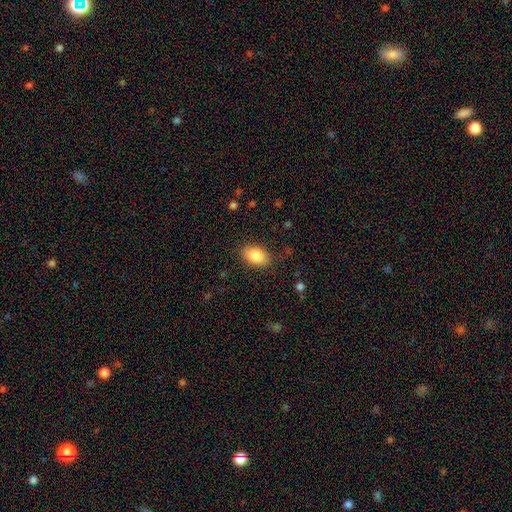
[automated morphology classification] Overall: smooth (85%). How rounded: in between (90%). Merging: none (85%).